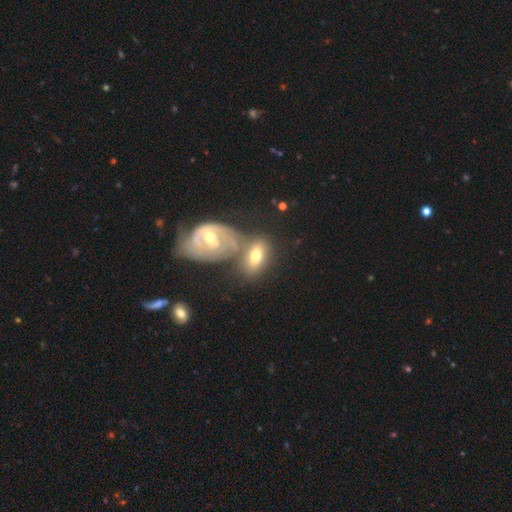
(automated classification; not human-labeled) Overall: featured or disk (47%; smooth 46%). Merging: merger (42%; none 37%).